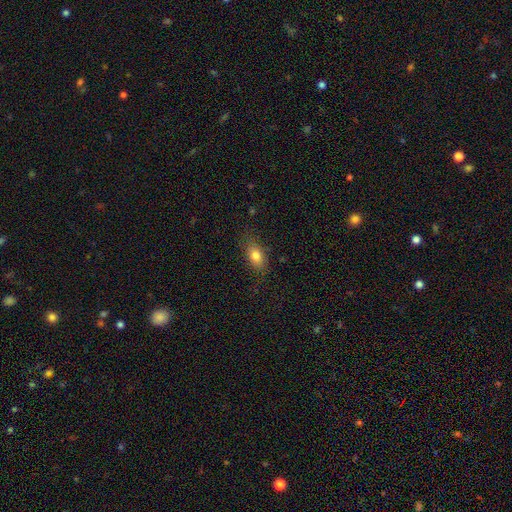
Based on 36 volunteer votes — Volunteers were most divided on "merging": none: 76%, minor disturbance: 21%, major disturbance: 3%, merger: 0%. More confident: how rounded — in between (86%); smooth or featured — smooth (81%).